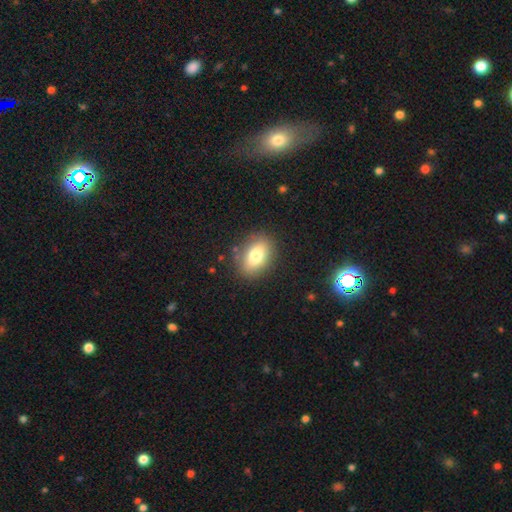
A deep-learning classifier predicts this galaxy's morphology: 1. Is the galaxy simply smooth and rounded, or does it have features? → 78% smooth, 13% featured or disk, 9% star or artifact.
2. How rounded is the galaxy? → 83% in between, 15% round, 2% cigar-shaped.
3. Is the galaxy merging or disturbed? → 85% none, 10% minor disturbance, 3% major disturbance, 2% merger.